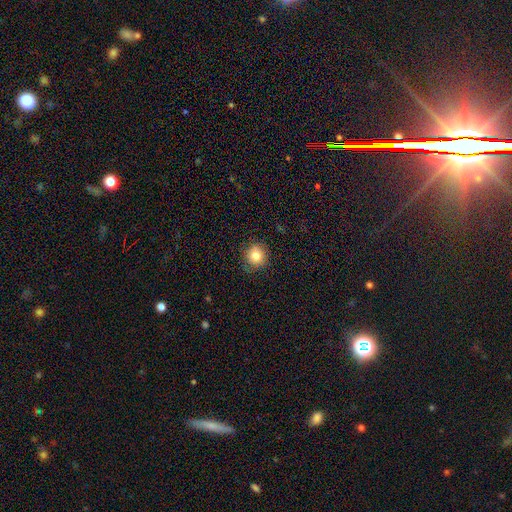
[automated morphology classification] Smooth or featured: smooth — 81% (star or artifact — 11%)
How rounded: round — 91% (in between — 8%)
Merging: none — 85% (minor disturbance — 11%)